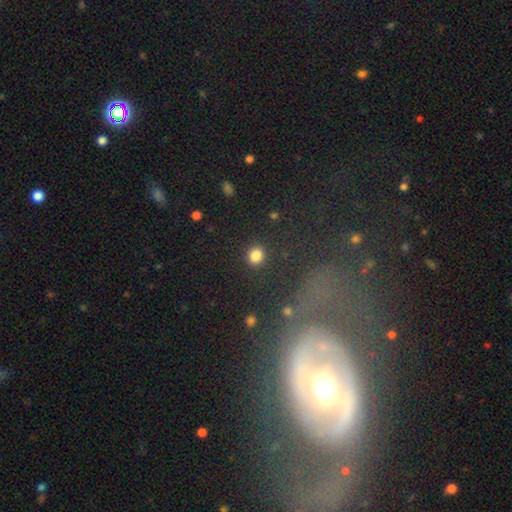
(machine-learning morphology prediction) A smooth galaxy with no disk features (84%) that is round (81%).

Vote fractions:
- Smooth or featured? smooth: 84% / star or artifact: 11% / featured or disk: 4%
- How rounded? round: 81% / in between: 18% / cigar-shaped: 1%
- Merging? none: 90% / minor disturbance: 6% / major disturbance: 3% / merger: 2%